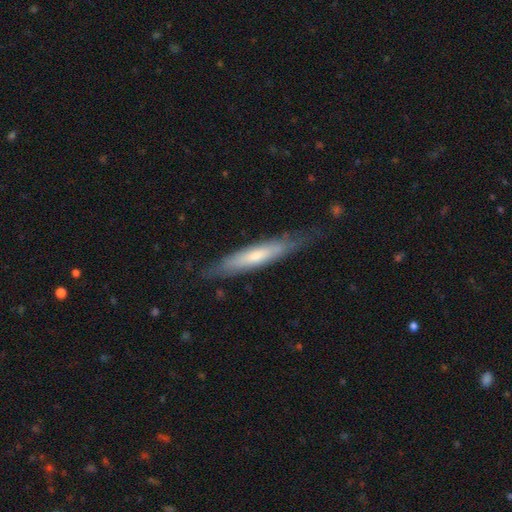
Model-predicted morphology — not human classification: Smooth or featured? Predicted: smooth (p=0.51). How rounded? Predicted: cigar-shaped (p=0.87). Merging? Predicted: none (p=0.76).